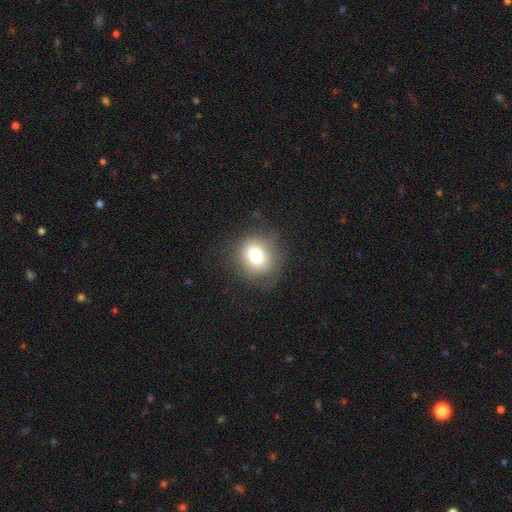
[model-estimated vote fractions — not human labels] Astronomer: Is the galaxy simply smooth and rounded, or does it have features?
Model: smooth — 75%.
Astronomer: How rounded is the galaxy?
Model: round — 82%.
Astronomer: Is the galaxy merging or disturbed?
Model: none — 82%.